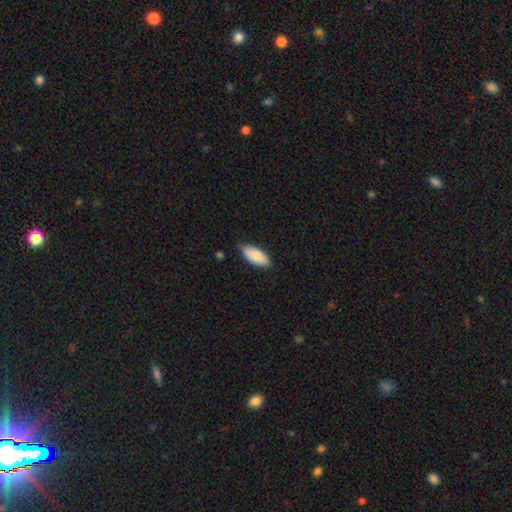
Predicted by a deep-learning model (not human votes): Q: Smooth or featured?
A: smooth (87%); runner-up: featured or disk (7%)
Q: How rounded?
A: in between (86%); runner-up: cigar-shaped (12%)
Q: Merging?
A: none (77%); runner-up: minor disturbance (19%)